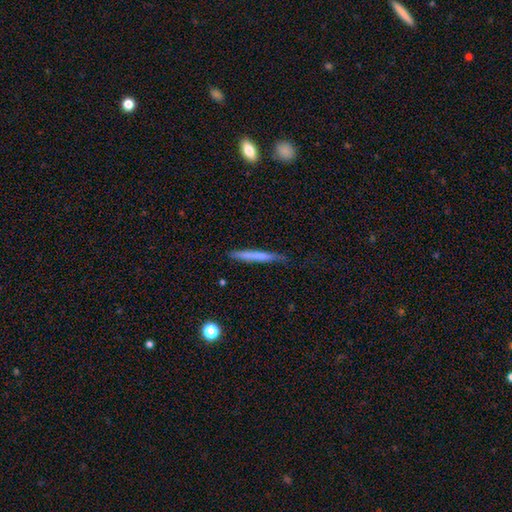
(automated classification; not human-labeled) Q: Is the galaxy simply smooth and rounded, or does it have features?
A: smooth — 65%.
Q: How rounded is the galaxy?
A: cigar-shaped — 96%.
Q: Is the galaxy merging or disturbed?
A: none — 81%.